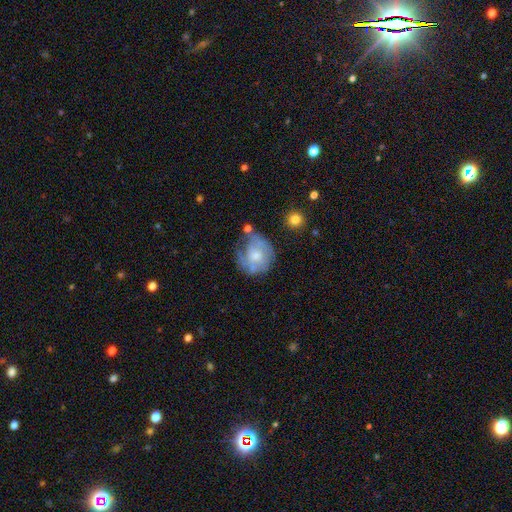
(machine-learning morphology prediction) This appears to be a featured or disk galaxy (54%) with no bar (76%), spiral arms (58%) and a moderate central bulge (52%). Merging: none (44%).